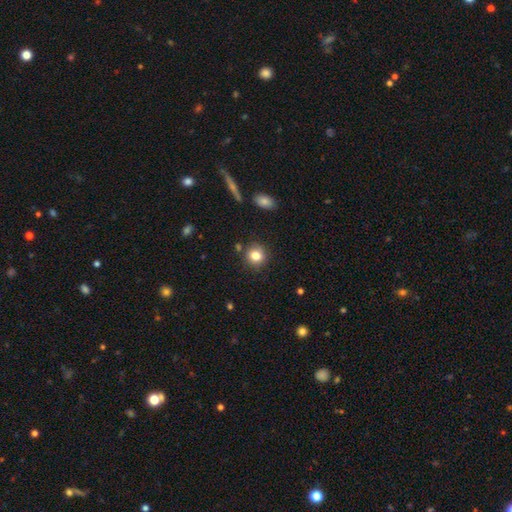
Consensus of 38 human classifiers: Q: Smooth or featured?
A: smooth (84%); runner-up: featured or disk (8%)
Q: How rounded?
A: round (91%); runner-up: in between (9%)
Q: Merging?
A: none (89%); runner-up: minor disturbance (11%)